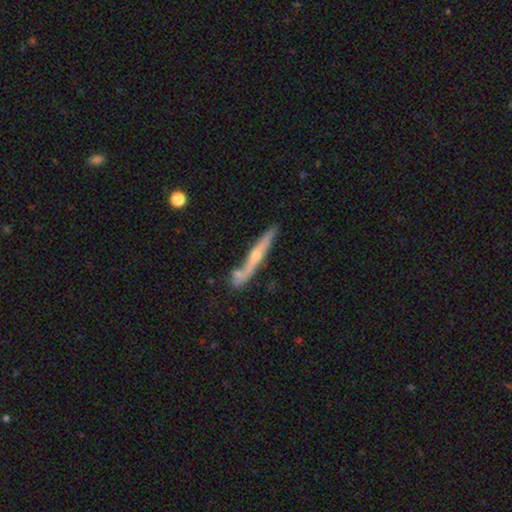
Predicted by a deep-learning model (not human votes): A featured or disk galaxy (66%) viewed edge-on (91%) with a rounded central bulge (80%). Merging: none (69%).